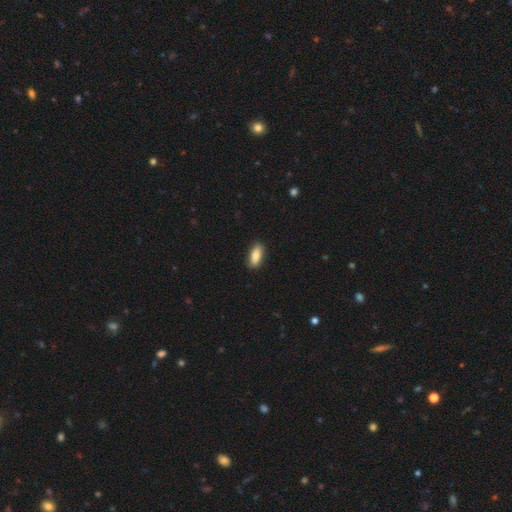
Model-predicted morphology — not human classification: Smooth or featured? Predicted: smooth (p=0.83). How rounded? Predicted: in between (p=0.81). Merging? Predicted: none (p=0.86).